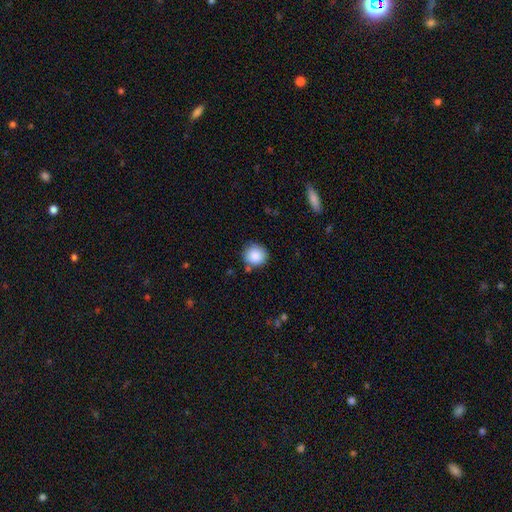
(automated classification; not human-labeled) A smooth galaxy with no disk features (88%) that is round (89%).

Vote fractions:
- Smooth or featured? smooth: 88% / star or artifact: 8% / featured or disk: 4%
- How rounded? round: 89% / in between: 10% / cigar-shaped: 1%
- Merging? none: 82% / minor disturbance: 12% / merger: 3% / major disturbance: 3%